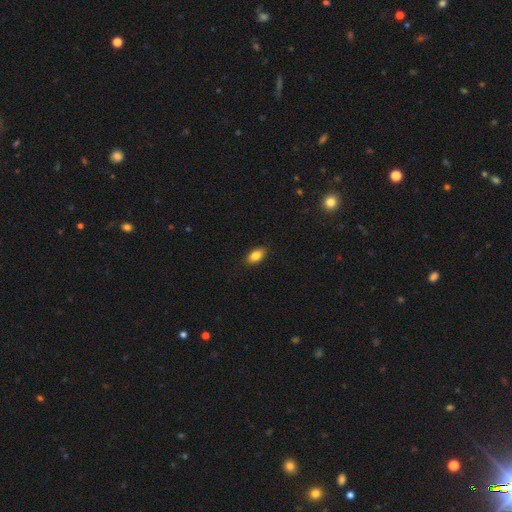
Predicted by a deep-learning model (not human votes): A smooth galaxy with no disk features (84%) that is in between round and cigar-shaped (90%). Merging: none (89%).